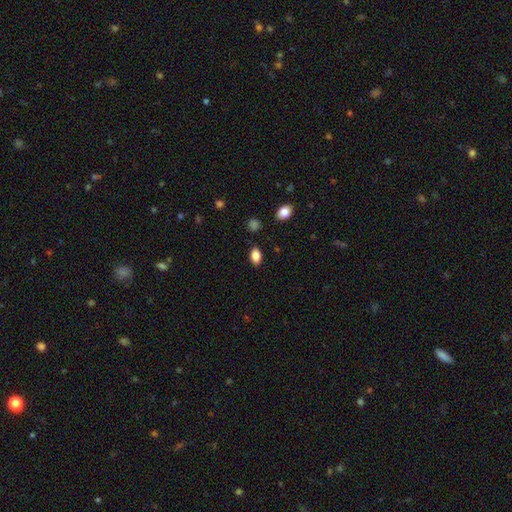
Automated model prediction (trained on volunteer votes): A smooth galaxy with no disk features (86%) that is in between round and cigar-shaped (87%). Merging: none (86%).